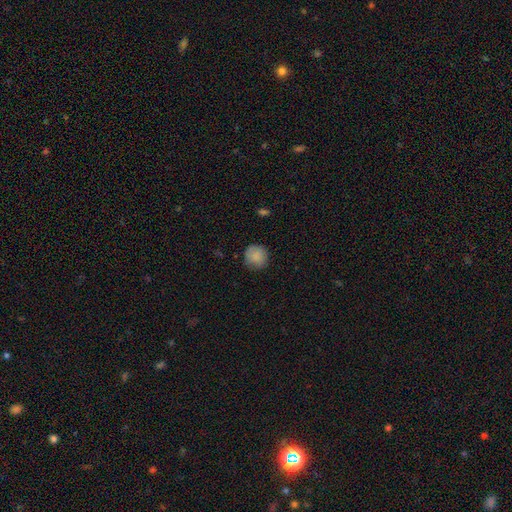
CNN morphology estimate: Q: Smooth or featured?
A: smooth (86%); runner-up: star or artifact (8%)
Q: How rounded?
A: round (91%); runner-up: in between (8%)
Q: Merging?
A: none (83%); runner-up: minor disturbance (13%)